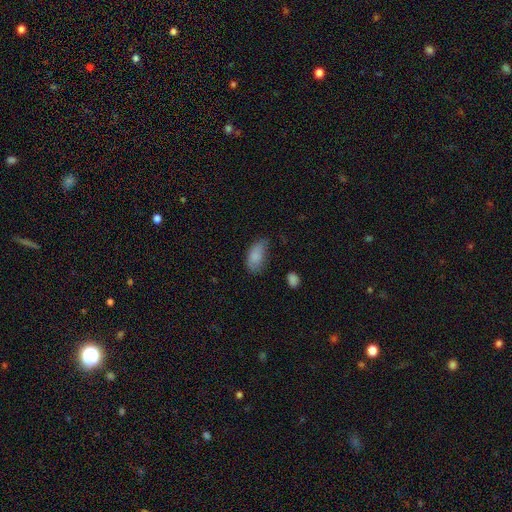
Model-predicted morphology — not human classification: A smooth galaxy with no disk features (84%) that is in between round and cigar-shaped (93%). Merging: none (50%).